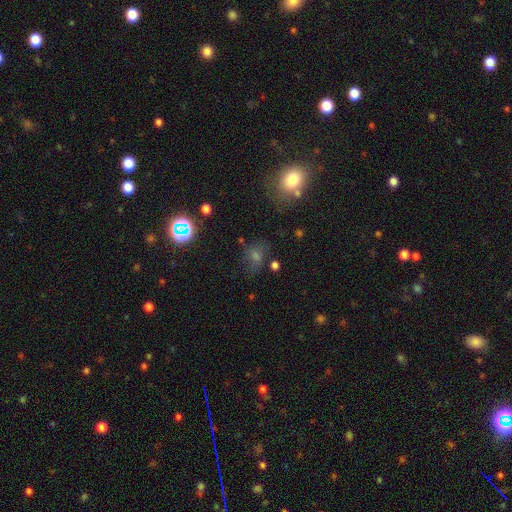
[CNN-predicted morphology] Q: Smooth or featured?
A: smooth (42%); runner-up: star or artifact (38%)
Q: Merging?
A: none (64%); runner-up: minor disturbance (19%)